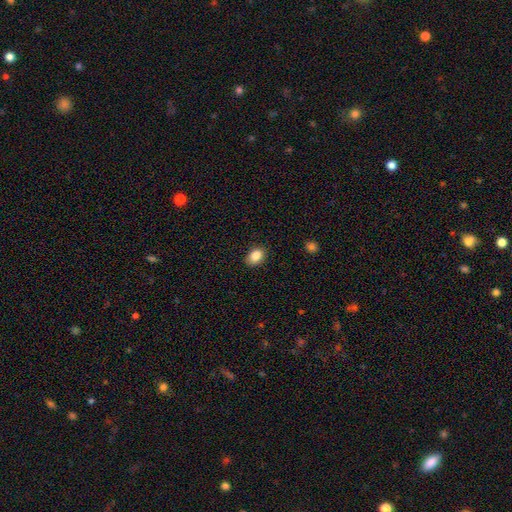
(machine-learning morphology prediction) This appears to be a smooth galaxy with no disk features (87%) that is in between round and cigar-shaped (76%). Merging: none (86%).